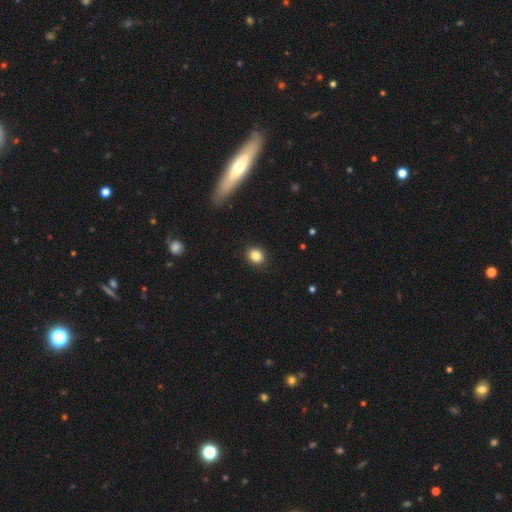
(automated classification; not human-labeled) This appears to be a smooth galaxy with no disk features (85%) that is round (71%). Merging: none (90%).